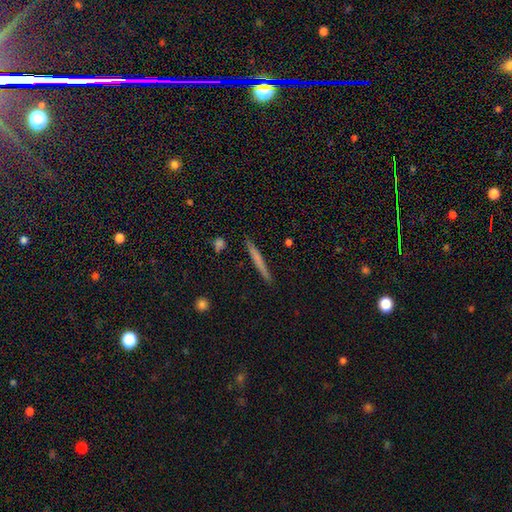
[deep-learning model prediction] smooth 61%, featured or disk 32%, star or artifact 6%. Down the decision tree: how rounded — cigar-shaped (96%); merging — none (91%).